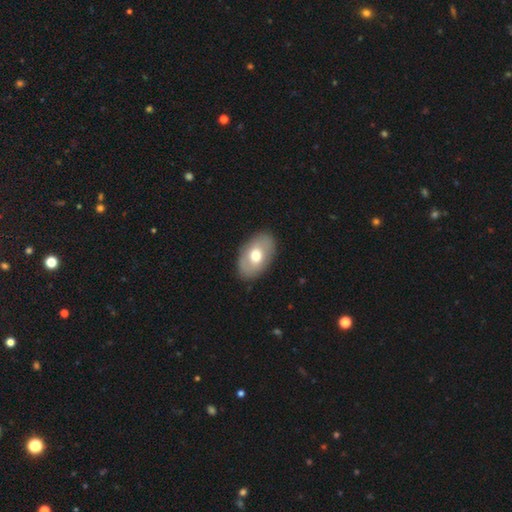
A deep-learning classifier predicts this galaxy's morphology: Smooth or featured? smooth (60%)
How rounded? in between (89%)
Merging? none (86%)